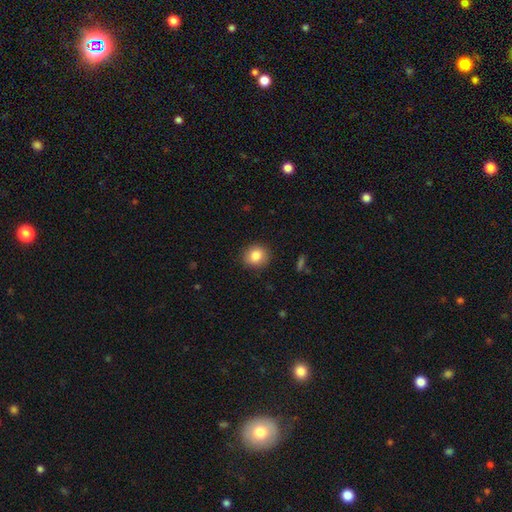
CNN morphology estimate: Q: Smooth or featured?
A: smooth (84%); runner-up: star or artifact (9%)
Q: How rounded?
A: round (77%); runner-up: in between (22%)
Q: Merging?
A: none (88%); runner-up: minor disturbance (9%)